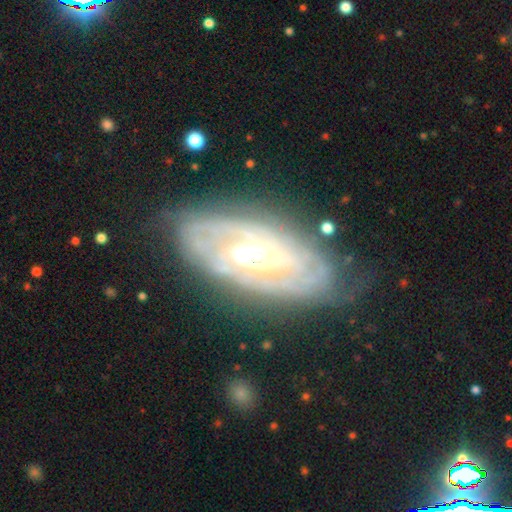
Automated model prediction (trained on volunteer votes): Morphology: type=featured or disk (85%); edge-on=no (88%); bar=strong (42%); spiral arms=yes (84%); winding=tight (70%); arm count=can't tell (42%); bulge=moderate (60%); merging=none (75%).